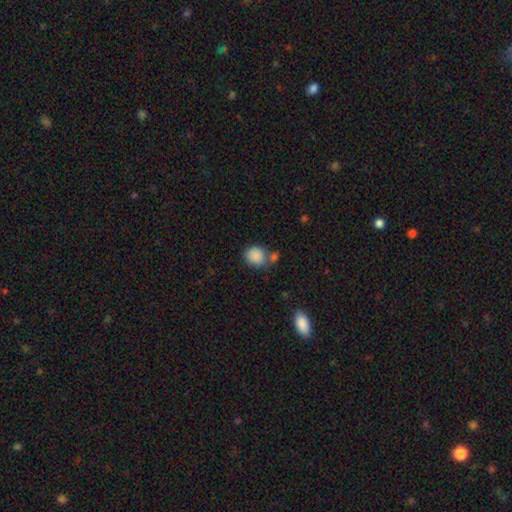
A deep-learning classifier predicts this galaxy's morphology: Smooth or featured?
  - smooth: 87% *
  - star or artifact: 8%
  - featured or disk: 5%
How rounded?
  - round: 71% *
  - in between: 28%
  - cigar-shaped: 1%
Merging?
  - none: 57% *
  - merger: 23%
  - minor disturbance: 15%
  - major disturbance: 5%